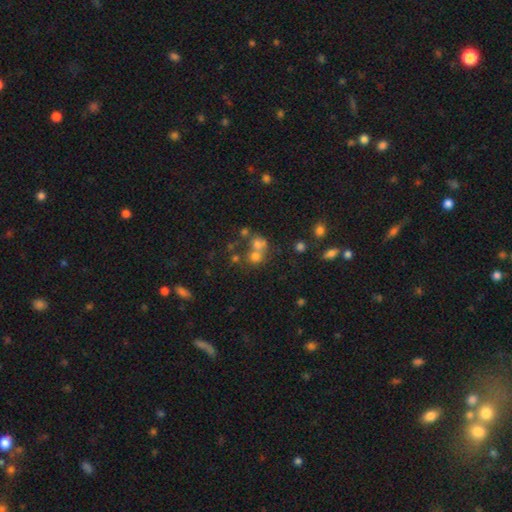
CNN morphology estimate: Smooth or featured? smooth (61%)
How rounded? round (78%)
Merging? merger (48%)